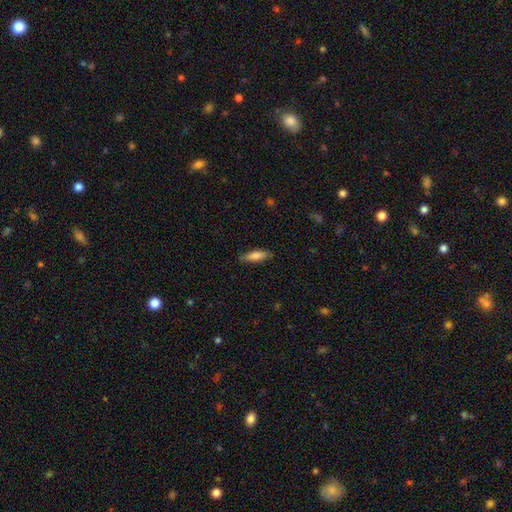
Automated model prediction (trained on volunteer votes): Smooth or featured: smooth — 77% (featured or disk — 17%)
How rounded: cigar-shaped — 53% (in between — 45%)
Merging: none — 86% (minor disturbance — 11%)